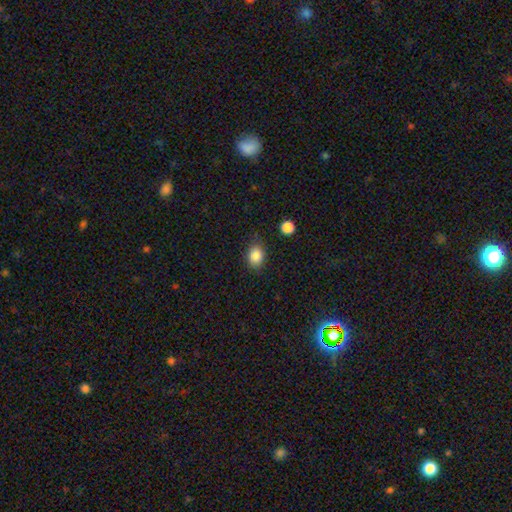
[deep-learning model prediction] smooth 86%, star or artifact 9%, featured or disk 5%. Down the decision tree: how rounded — in between (59%); merging — none (79%).